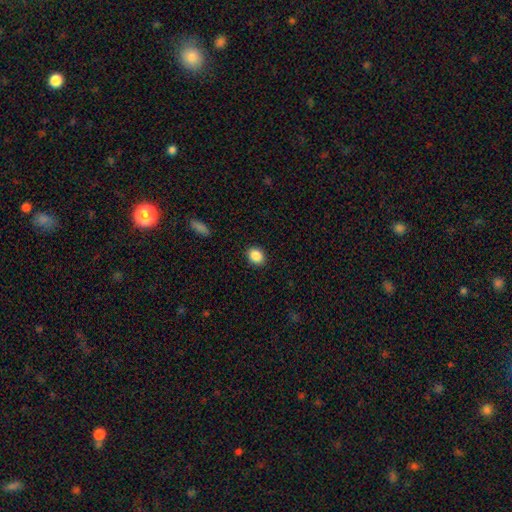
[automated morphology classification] type=smooth (88%); roundness=round (55%); merging=none (90%).